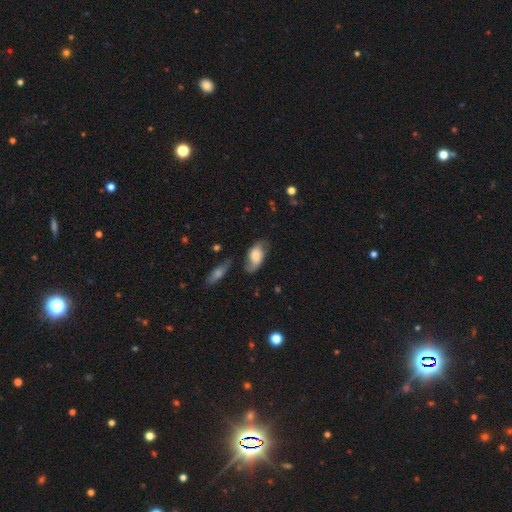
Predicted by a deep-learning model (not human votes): A smooth galaxy with no disk features (54%) that is in between round and cigar-shaped (90%). Merging: none (60%).